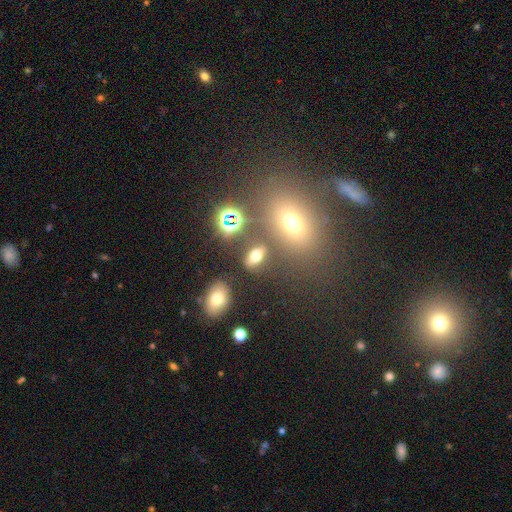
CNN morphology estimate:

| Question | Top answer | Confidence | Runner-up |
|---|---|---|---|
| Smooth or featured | smooth | 59% | star or artifact (26%) |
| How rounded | in between | 80% | round (13%) |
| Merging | none | 75% | minor disturbance (11%) |